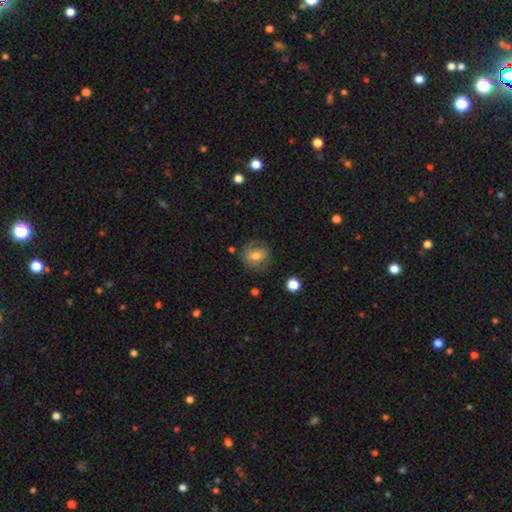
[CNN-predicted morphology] smooth 54%, featured or disk 37%, star or artifact 9%. Down the decision tree: how rounded — round (73%); merging — none (74%).